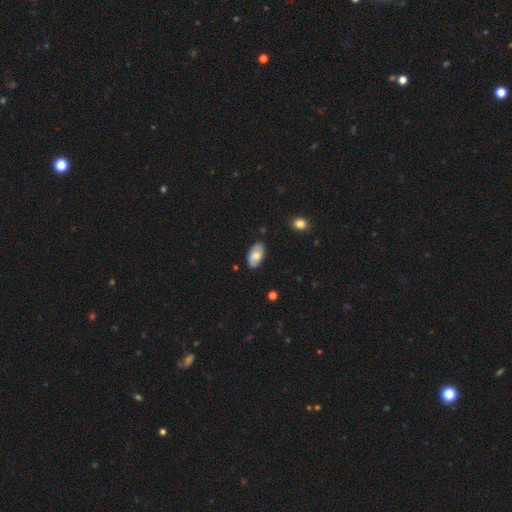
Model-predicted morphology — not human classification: Smooth or featured? smooth (62%)
How rounded? in between (94%)
Merging? none (84%)